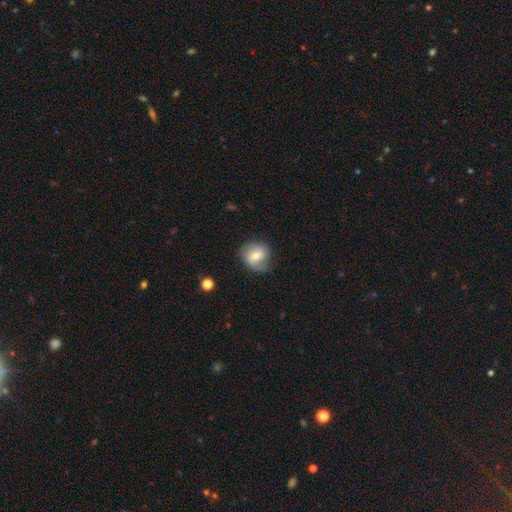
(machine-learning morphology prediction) featured or disk 47%, smooth 45%, star or artifact 8%. Down the decision tree: merging — none (69%).